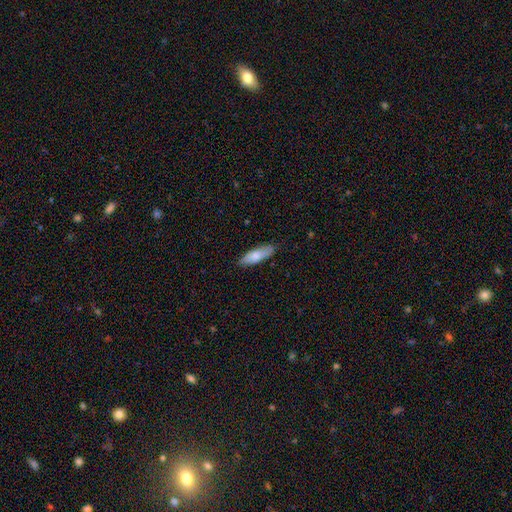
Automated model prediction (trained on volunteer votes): Overall: smooth (77%). How rounded: cigar-shaped (50%; in between 48%). Merging: none (85%).